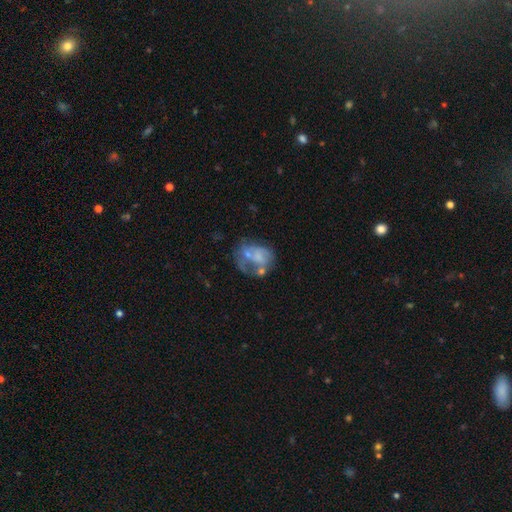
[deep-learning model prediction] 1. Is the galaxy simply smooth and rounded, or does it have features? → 53% featured or disk, 36% smooth, 11% star or artifact.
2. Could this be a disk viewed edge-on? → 98% no, 2% yes.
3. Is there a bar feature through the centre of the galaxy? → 85% no, 13% weak, 3% strong.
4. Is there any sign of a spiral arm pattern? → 81% no, 19% yes.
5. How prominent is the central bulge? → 41% none, 31% small, 23% moderate, 4% large, 1% dominant.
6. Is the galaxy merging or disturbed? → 29% none, 28% major disturbance, 24% merger, 18% minor disturbance.